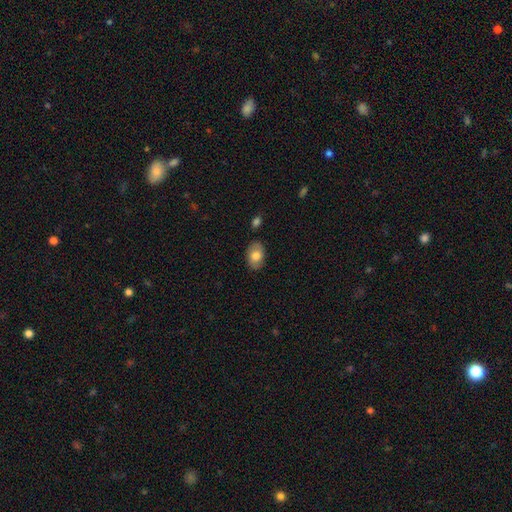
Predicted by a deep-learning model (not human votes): Smooth or featured? smooth (76%)
How rounded? in between (86%)
Merging? none (83%)